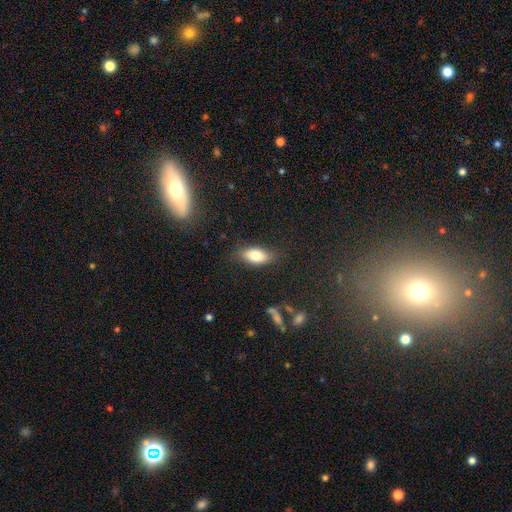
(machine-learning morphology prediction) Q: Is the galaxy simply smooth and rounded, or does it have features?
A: smooth — 79%.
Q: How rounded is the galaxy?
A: in between — 86%.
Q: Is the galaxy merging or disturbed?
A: none — 79%.